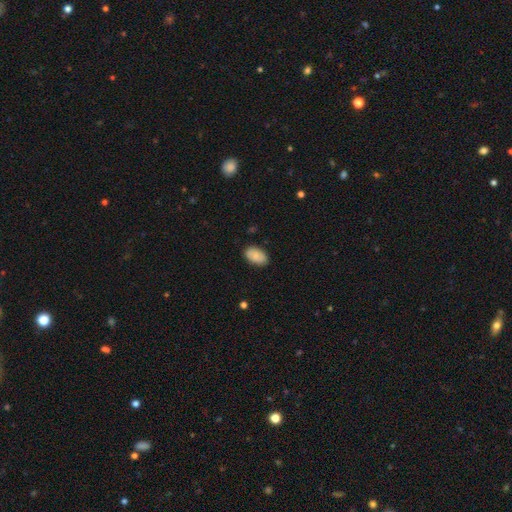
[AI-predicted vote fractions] smooth-or-featured: smooth: 85% | featured or disk: 8% | star or artifact: 7%
  how-rounded: in between: 94% | round: 5% | cigar-shaped: 1%
  merging: none: 85% | minor disturbance: 11% | major disturbance: 2% | merger: 1%